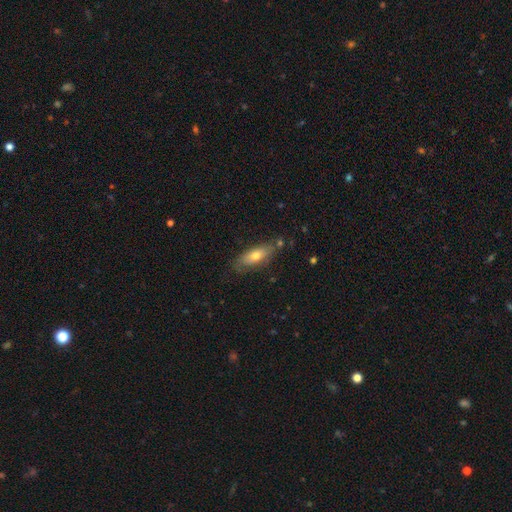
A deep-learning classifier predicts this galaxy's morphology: smooth 62%, featured or disk 32%, star or artifact 7%. Down the decision tree: how rounded — in between (65%); merging — none (69%).